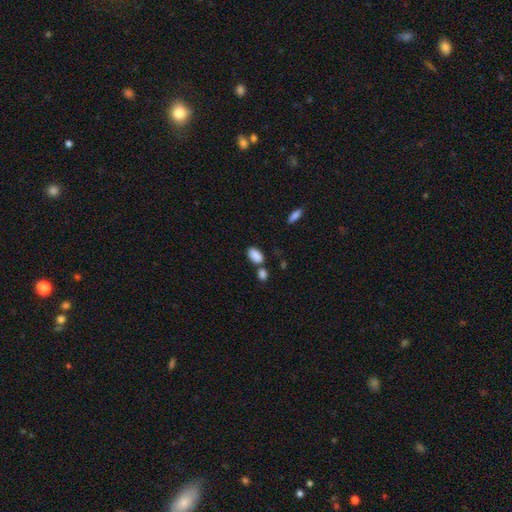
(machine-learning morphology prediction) type=smooth (88%); roundness=in between (93%); merging=none (59%).